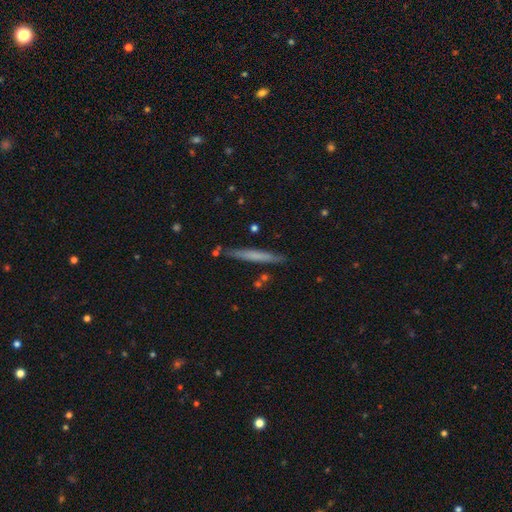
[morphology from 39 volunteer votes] Overall: smooth (64%; featured or disk 28%). How rounded: cigar-shaped (96%). Merging: none (83%).